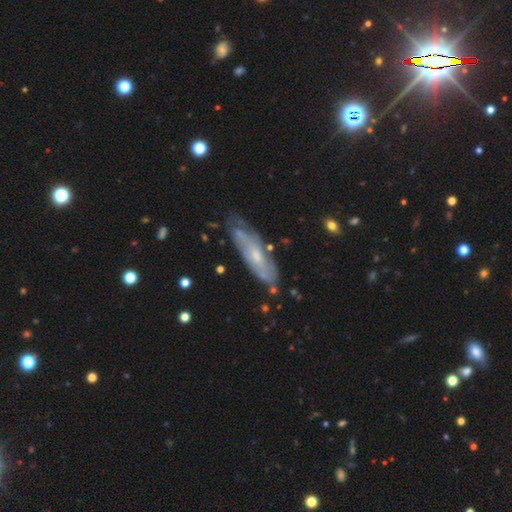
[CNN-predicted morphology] A featured or disk galaxy (62%).

Vote fractions:
- Smooth or featured? featured or disk: 62% / smooth: 31% / star or artifact: 7%
- Edge-on disk? no: 67% / yes: 33%
- Merging? none: 69% / minor disturbance: 22% / major disturbance: 6% / merger: 3%